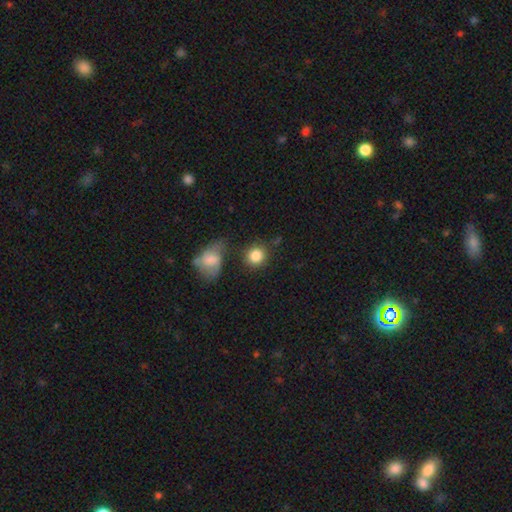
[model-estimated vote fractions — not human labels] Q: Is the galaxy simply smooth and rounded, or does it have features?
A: smooth — 84%.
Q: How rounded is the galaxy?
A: round — 85%.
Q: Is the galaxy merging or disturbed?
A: none — 67%.